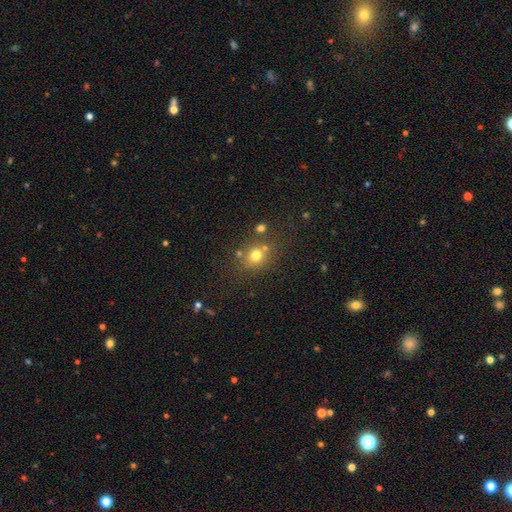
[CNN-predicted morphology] Smooth or featured? Predicted: smooth (p=0.71). How rounded? Predicted: round (p=0.75). Merging? Predicted: none (p=0.65).